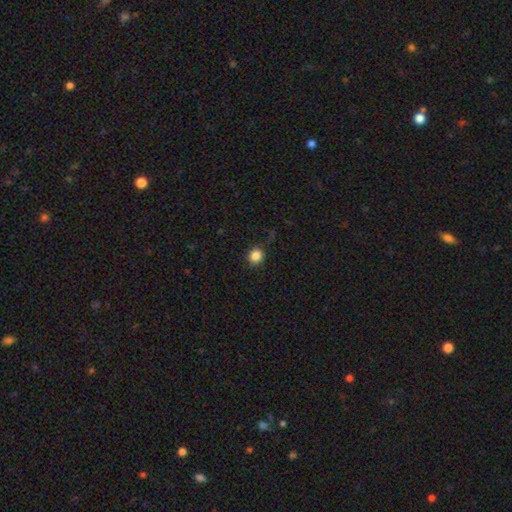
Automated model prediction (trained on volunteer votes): Overall: smooth (84%). How rounded: round (90%). Merging: none (88%).